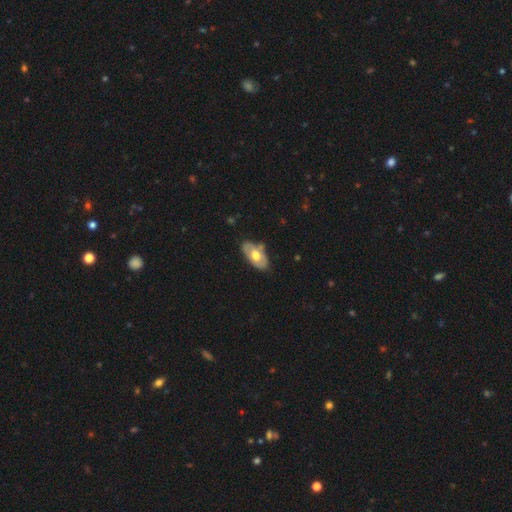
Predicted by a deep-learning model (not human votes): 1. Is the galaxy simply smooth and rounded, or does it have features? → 53% smooth, 41% featured or disk, 5% star or artifact.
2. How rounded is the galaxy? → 92% in between, 5% round, 3% cigar-shaped.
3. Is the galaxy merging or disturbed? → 74% none, 19% minor disturbance, 4% major disturbance, 4% merger.